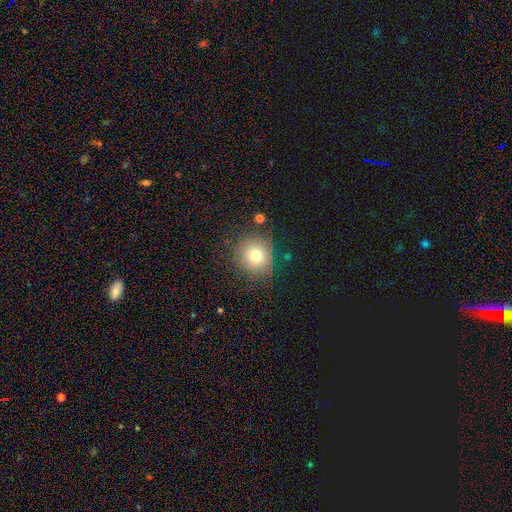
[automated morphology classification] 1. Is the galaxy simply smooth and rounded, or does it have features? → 74% smooth, 14% star or artifact, 12% featured or disk.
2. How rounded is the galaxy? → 89% round, 10% in between, 1% cigar-shaped.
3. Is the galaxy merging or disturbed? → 80% none, 13% minor disturbance, 5% major disturbance, 3% merger.